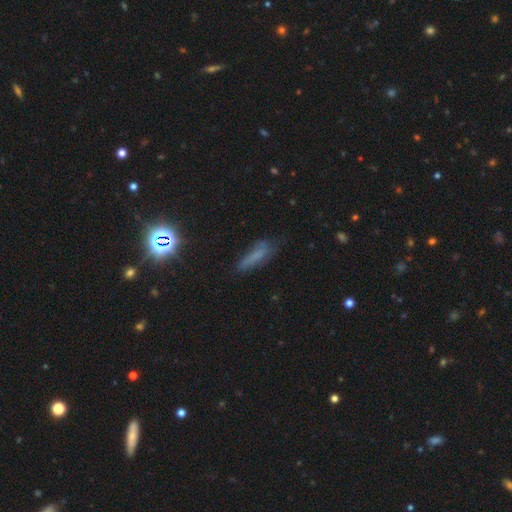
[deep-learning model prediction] The model was most divided on "merging": none: 56%, minor disturbance: 28%, major disturbance: 13%, merger: 3%. More confident: how rounded — cigar-shaped (67%); smooth or featured — smooth (57%).